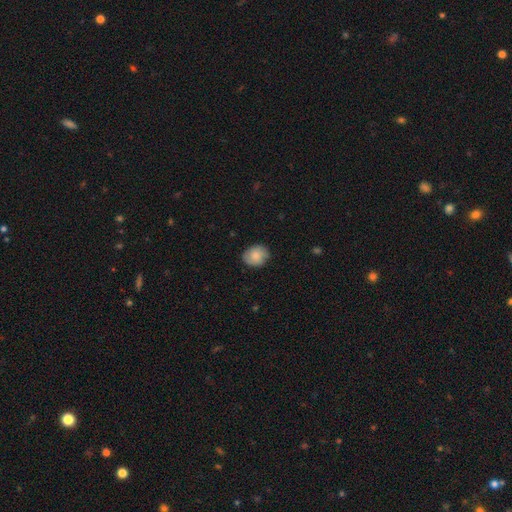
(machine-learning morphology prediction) Q: Smooth or featured?
A: smooth (77%); runner-up: featured or disk (15%)
Q: How rounded?
A: round (57%); runner-up: in between (42%)
Q: Merging?
A: none (81%); runner-up: minor disturbance (14%)